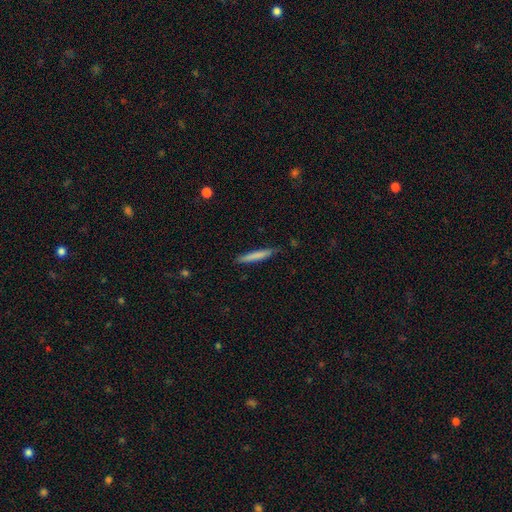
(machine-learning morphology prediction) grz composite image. It shows a smooth galaxy with no disk features (76%) that is cigar-shaped (95%). Merging: none (83%).